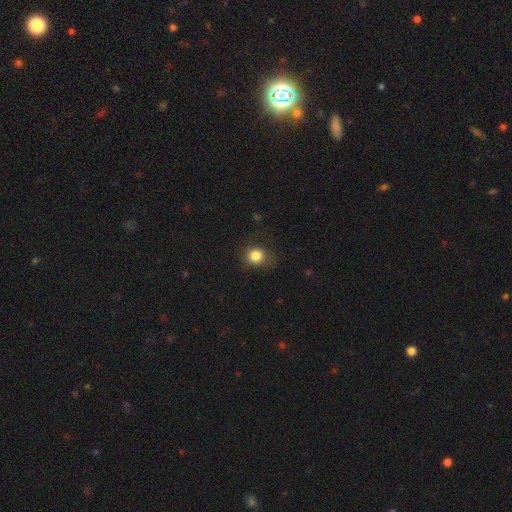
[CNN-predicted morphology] Smooth or featured: smooth — 83% (star or artifact — 11%)
How rounded: round — 80% (in between — 19%)
Merging: none — 75% (minor disturbance — 17%)